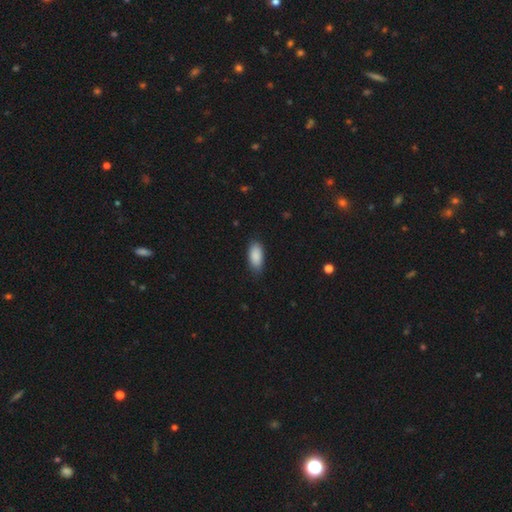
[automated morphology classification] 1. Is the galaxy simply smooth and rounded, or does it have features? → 89% smooth, 6% star or artifact, 5% featured or disk.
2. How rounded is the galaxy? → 89% in between, 9% cigar-shaped, 2% round.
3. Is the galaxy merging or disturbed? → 80% none, 16% minor disturbance, 3% major disturbance, 1% merger.